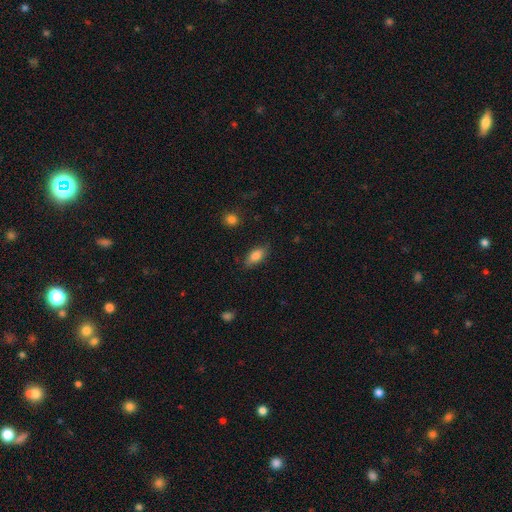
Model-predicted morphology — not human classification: Q: Smooth or featured?
A: smooth (82%); runner-up: featured or disk (10%)
Q: How rounded?
A: in between (86%); runner-up: cigar-shaped (9%)
Q: Merging?
A: none (80%); runner-up: minor disturbance (15%)